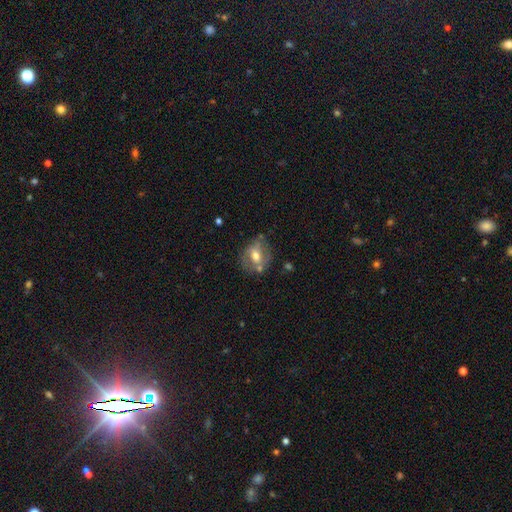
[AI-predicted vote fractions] A featured or disk galaxy (51%).

Vote fractions:
- Smooth or featured? featured or disk: 51% / smooth: 40% / star or artifact: 9%
- Edge-on disk? no: 89% / yes: 11%
- Merging? none: 63% / minor disturbance: 20% / merger: 9% / major disturbance: 8%